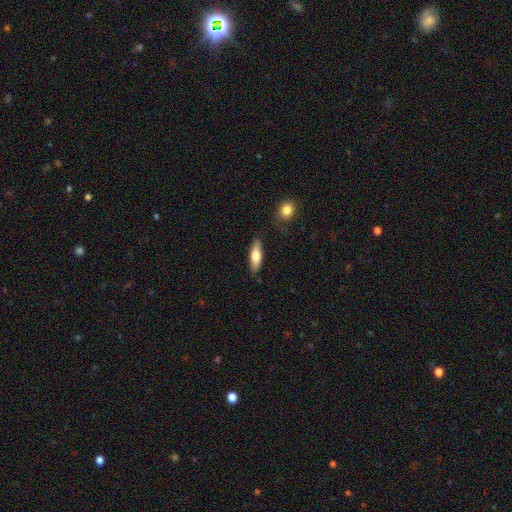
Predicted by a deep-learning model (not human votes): Smooth or featured? Predicted: smooth (p=0.70). How rounded? Predicted: in between (p=0.53). Merging? Predicted: none (p=0.82).